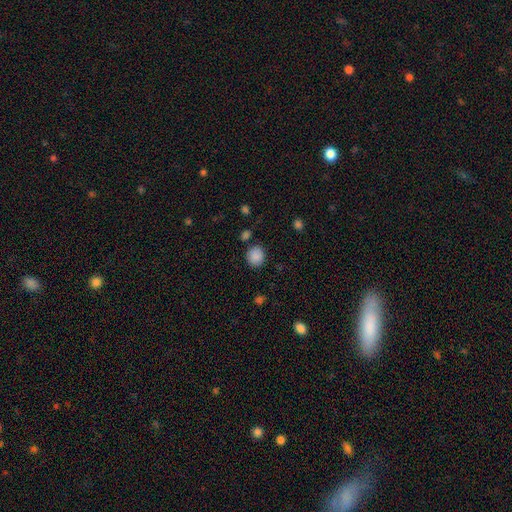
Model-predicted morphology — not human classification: A smooth galaxy with no disk features (88%) that is round (82%). Merging: none (84%).